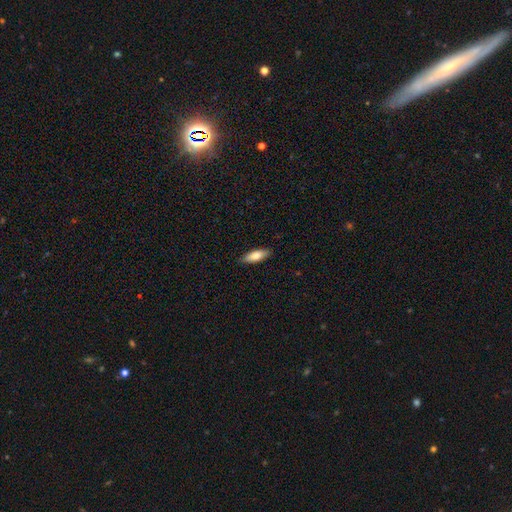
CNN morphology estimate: This is likely a smooth galaxy (79%). How rounded: possibly in between (59%). Merging: clearly none (88%).